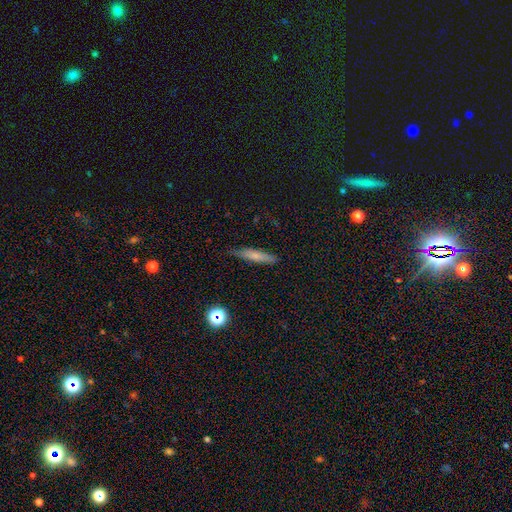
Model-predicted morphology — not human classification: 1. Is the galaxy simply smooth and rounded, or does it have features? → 64% smooth, 27% featured or disk, 9% star or artifact.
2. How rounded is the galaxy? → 86% cigar-shaped, 12% in between, 2% round.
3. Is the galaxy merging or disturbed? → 82% none, 14% minor disturbance, 3% major disturbance, 1% merger.